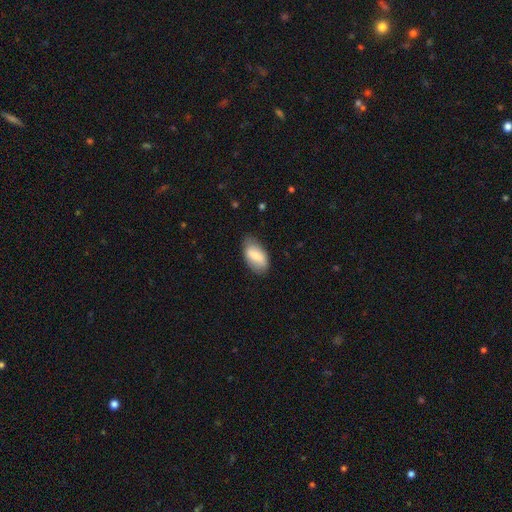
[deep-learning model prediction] This appears to be a smooth galaxy with no disk features (75%) that is in between round and cigar-shaped (93%). Merging: none (74%).